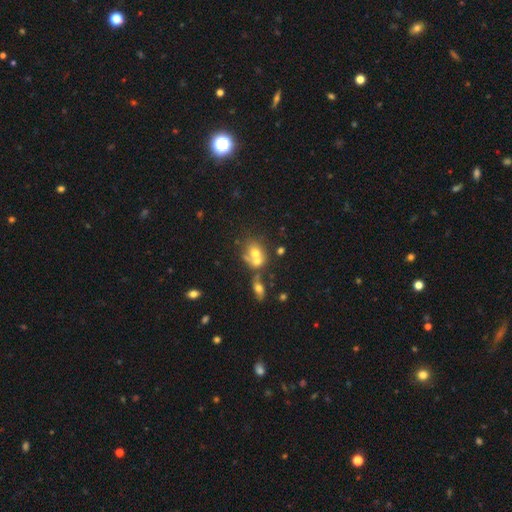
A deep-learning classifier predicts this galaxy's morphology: Smooth or featured: smooth — 62% (featured or disk — 25%)
How rounded: round — 54% (in between — 45%)
Merging: merger — 59% (none — 26%)